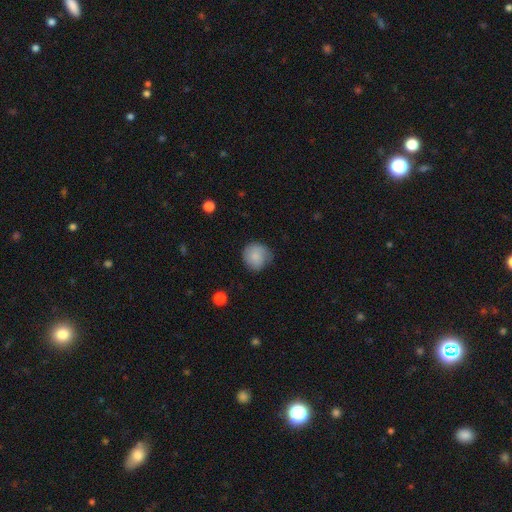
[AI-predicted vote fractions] smooth 78%, featured or disk 15%, star or artifact 7%. Down the decision tree: how rounded — round (86%); merging — none (65%).